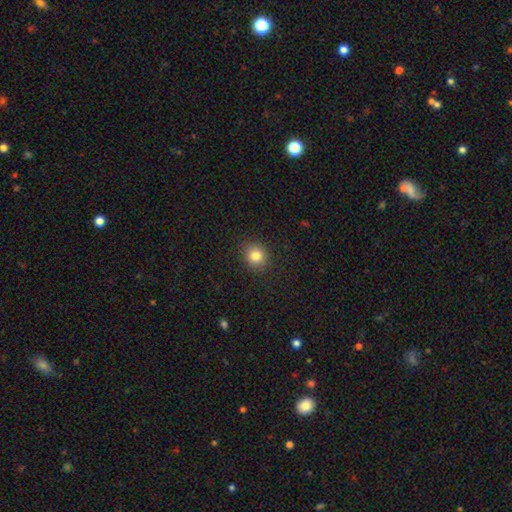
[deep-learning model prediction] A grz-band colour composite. It shows a smooth galaxy with no disk features (82%) that is round (84%). Merging: none (90%).